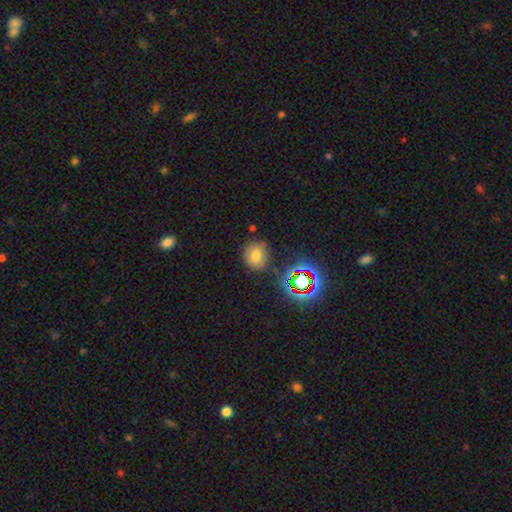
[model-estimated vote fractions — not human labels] A smooth galaxy with no disk features (69%) that is round (67%).

Vote fractions:
- Smooth or featured? smooth: 69% / star or artifact: 21% / featured or disk: 11%
- How rounded? round: 67% / in between: 32% / cigar-shaped: 1%
- Merging? none: 78% / minor disturbance: 14% / major disturbance: 4% / merger: 4%